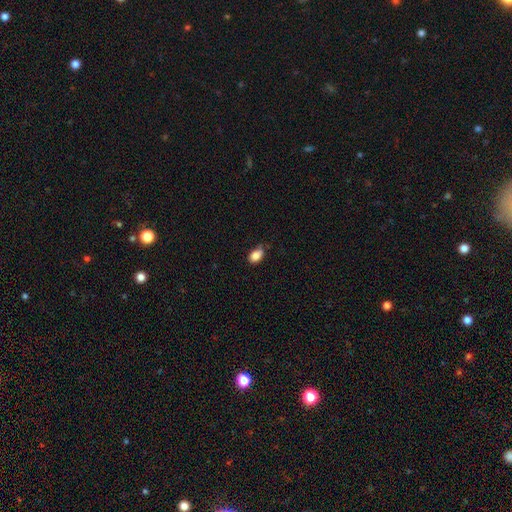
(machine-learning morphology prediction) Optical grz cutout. It shows a smooth galaxy with no disk features (85%) that is in between round and cigar-shaped (83%). Merging: none (61%).